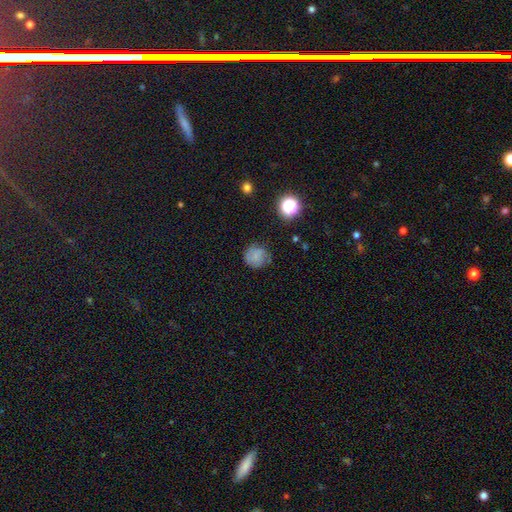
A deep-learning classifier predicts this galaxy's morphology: A smooth galaxy with no disk features (68%) that is round (88%). Merging: none (73%).